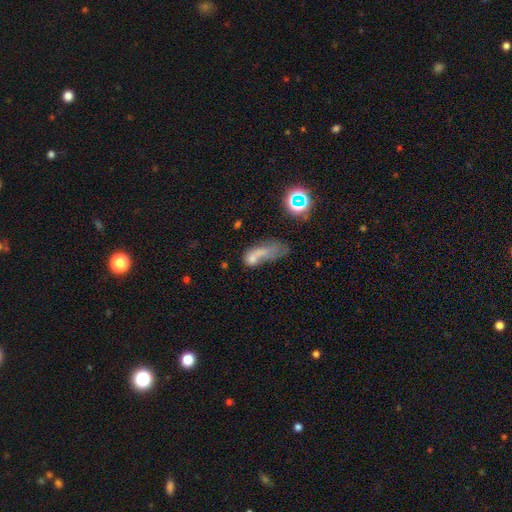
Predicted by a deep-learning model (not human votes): This appears to be a smooth galaxy with no disk features (57%) that is in between round and cigar-shaped (66%). Merging: major disturbance (37%).